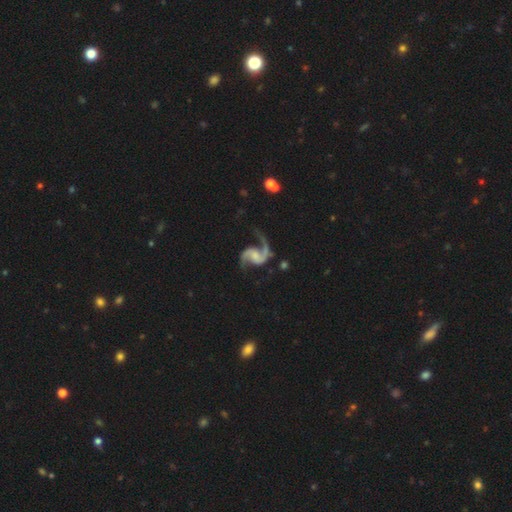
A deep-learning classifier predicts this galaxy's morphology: A featured or disk galaxy (92%) with no bar (44%), 2 (92%) loose (50%) spiral arms (98%) and no central bulge (33%).

Vote fractions:
- Smooth or featured? featured or disk: 92% / star or artifact: 4% / smooth: 4%
- Edge-on disk? no: 98% / yes: 2%
- Bar? no: 44% / weak: 42% / strong: 14%
- Spiral arms? yes: 98% / no: 2%
- Spiral winding? loose: 50% / medium: 42% / tight: 7%
- Spiral arm count? 2: 92% / 1: 4% / can't tell: 1% / 3: 1% / 4: 1% / more than 4: 1%
- Bulge size? none: 33% / small: 32% / moderate: 26% / large: 7% / dominant: 2%
- Merging? none: 66% / minor disturbance: 17% / major disturbance: 14% / merger: 4%